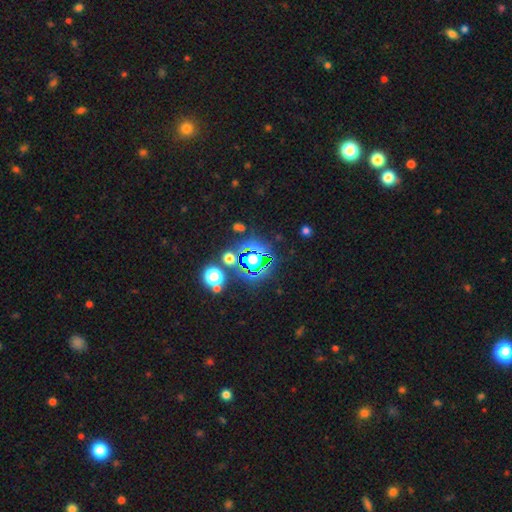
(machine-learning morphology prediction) This is likely a star or artifact rather than a galaxy (77%).